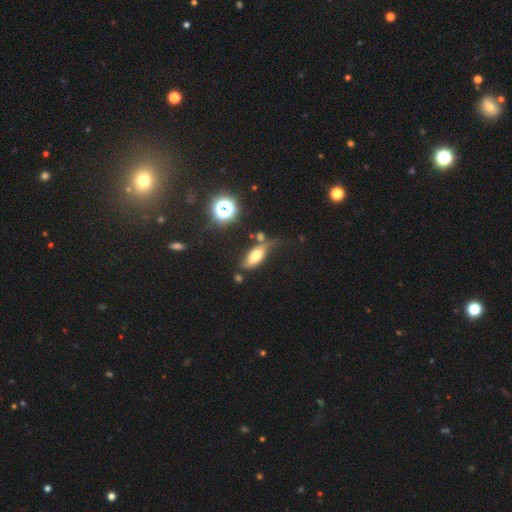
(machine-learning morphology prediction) type=smooth (65%); roundness=in between (83%); merging=none (44%).